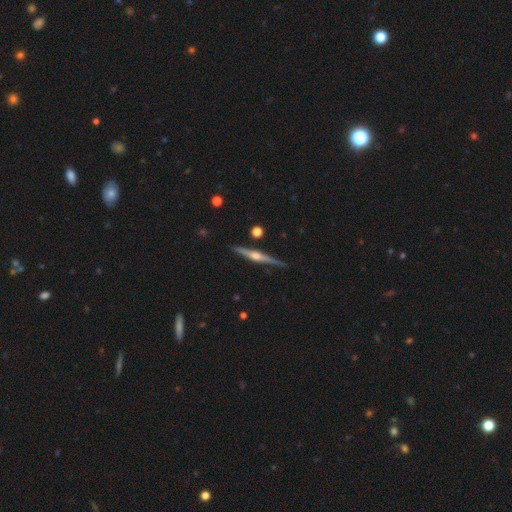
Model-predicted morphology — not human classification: Smooth or featured: featured or disk — 81% (smooth — 13%)
Edge-on disk: yes — 98% (no — 2%)
Edge-on bulge: rounded — 90% (boxy — 5%)
Merging: none — 89% (minor disturbance — 8%)